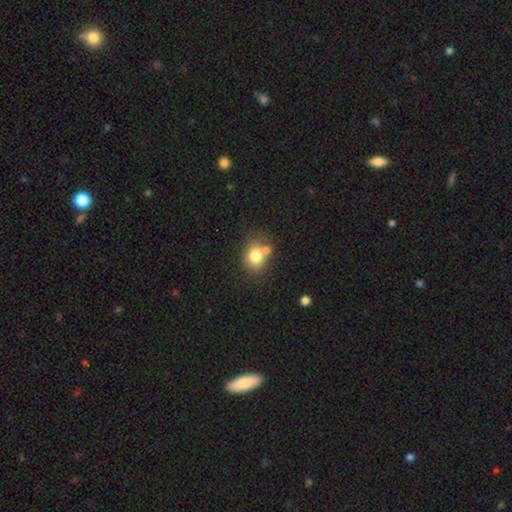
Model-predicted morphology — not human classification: smooth 78%, featured or disk 11%, star or artifact 11%. Down the decision tree: how rounded — round (62%); merging — none (58%).